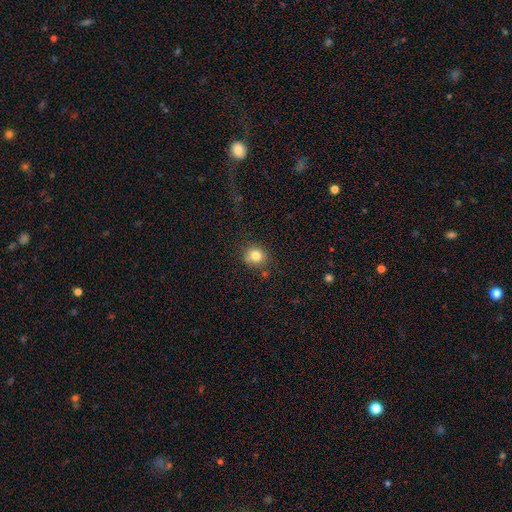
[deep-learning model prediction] Smooth or featured?
  - smooth: 81% *
  - star or artifact: 12%
  - featured or disk: 8%
How rounded?
  - round: 82% *
  - in between: 17%
  - cigar-shaped: 1%
Merging?
  - none: 80% *
  - minor disturbance: 12%
  - merger: 4%
  - major disturbance: 3%